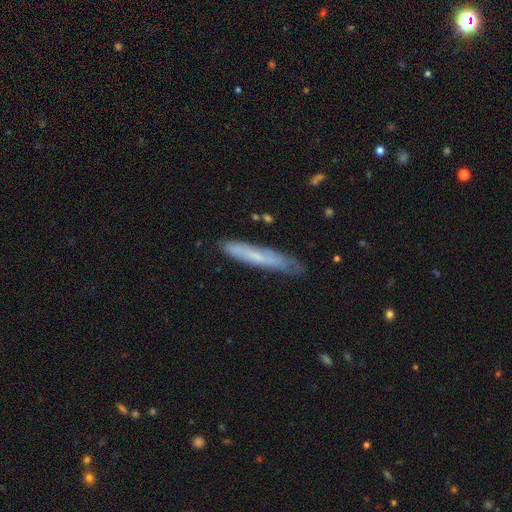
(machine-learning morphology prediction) Smooth or featured: smooth — 56% (featured or disk — 37%)
How rounded: cigar-shaped — 92% (in between — 6%)
Merging: none — 72% (minor disturbance — 22%)